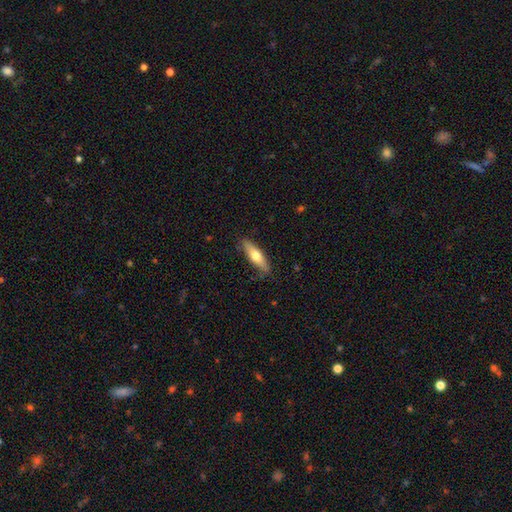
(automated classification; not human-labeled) Smooth or featured?
  - smooth: 62% *
  - featured or disk: 32%
  - star or artifact: 6%
How rounded?
  - cigar-shaped: 61% *
  - in between: 37%
  - round: 2%
Merging?
  - none: 84% *
  - minor disturbance: 12%
  - major disturbance: 2%
  - merger: 1%